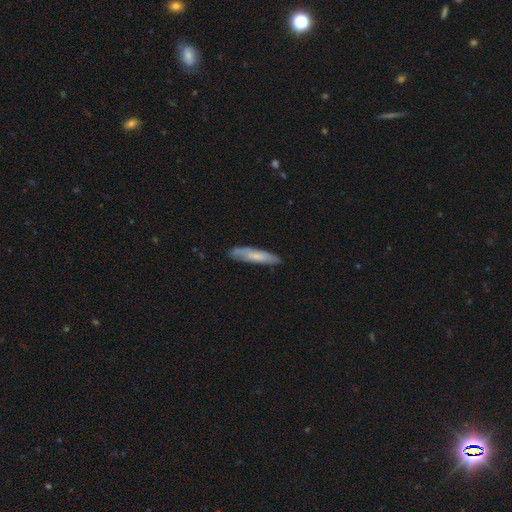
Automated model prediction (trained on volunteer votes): Morphology: type=smooth (60%); roundness=cigar-shaped (84%); merging=none (79%).